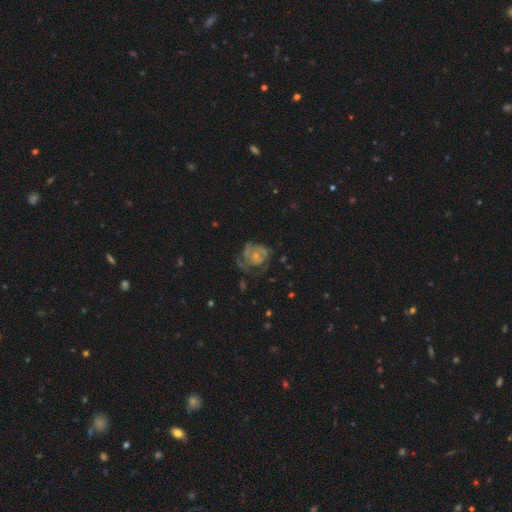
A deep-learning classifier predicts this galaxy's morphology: Smooth or featured? Predicted: featured or disk (p=0.69). Edge-on disk? Predicted: no (p=0.98). Bar? Predicted: no (p=0.83). Spiral arms? Predicted: yes (p=0.72). Bulge size? Predicted: small (p=0.59). Merging? Predicted: none (p=0.42).